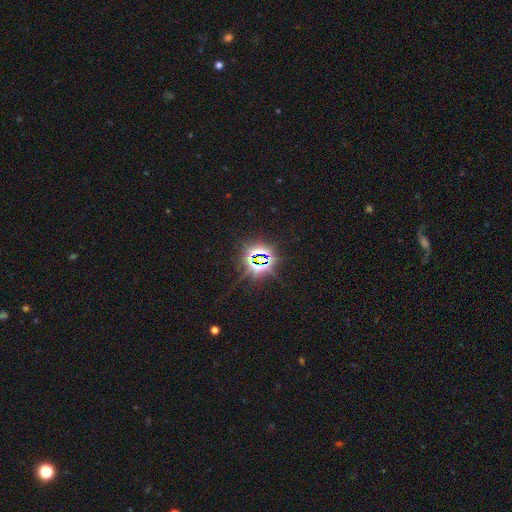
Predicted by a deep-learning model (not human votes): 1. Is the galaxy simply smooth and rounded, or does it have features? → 82% star or artifact, 11% smooth, 7% featured or disk.